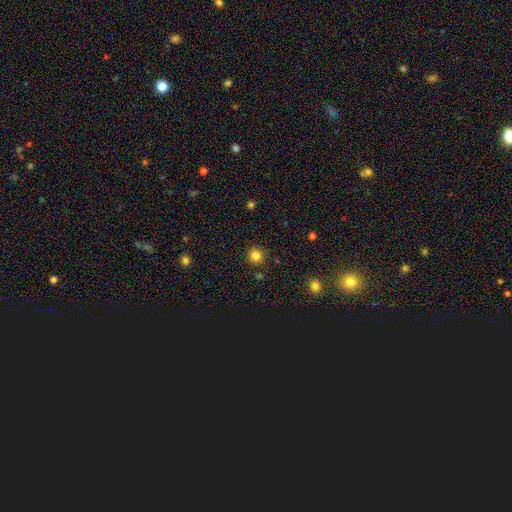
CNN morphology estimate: This is clearly a smooth galaxy (83%). How rounded: clearly round (94%). Merging: clearly none (90%).